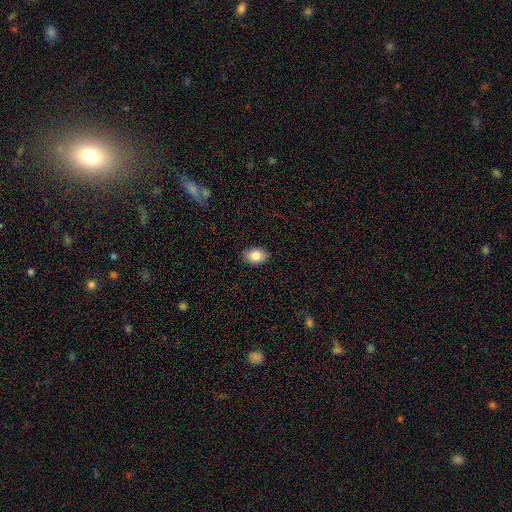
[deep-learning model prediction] smooth 86%, star or artifact 8%, featured or disk 7%. Down the decision tree: how rounded — in between (82%); merging — none (89%).